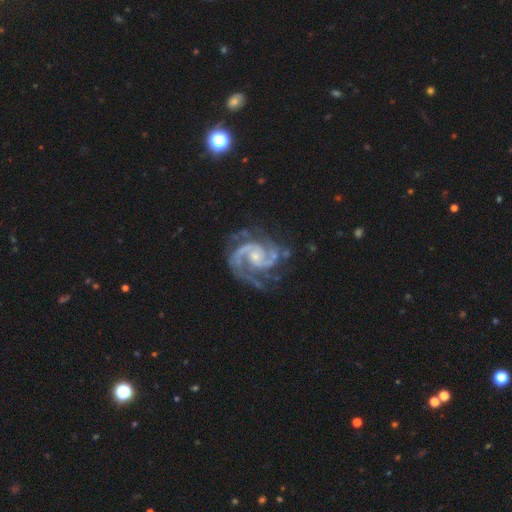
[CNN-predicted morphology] Smooth or featured? featured or disk (93%)
Edge-on disk? no (98%)
Bar? no (56%)
Spiral arms? yes (99%)
Spiral winding? medium (56%)
Spiral arm count? 2 (80%)
Bulge size? small (60%)
Merging? none (63%)